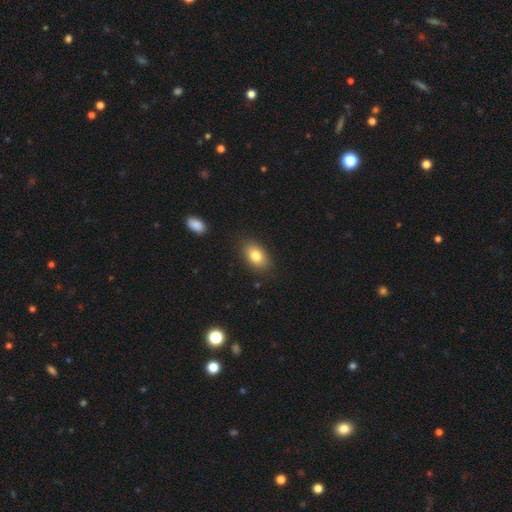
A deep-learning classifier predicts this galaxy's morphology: The model was most divided on "smooth or featured": smooth: 81%, featured or disk: 10%, star or artifact: 8%. More confident: how rounded — in between (86%); merging — none (85%).